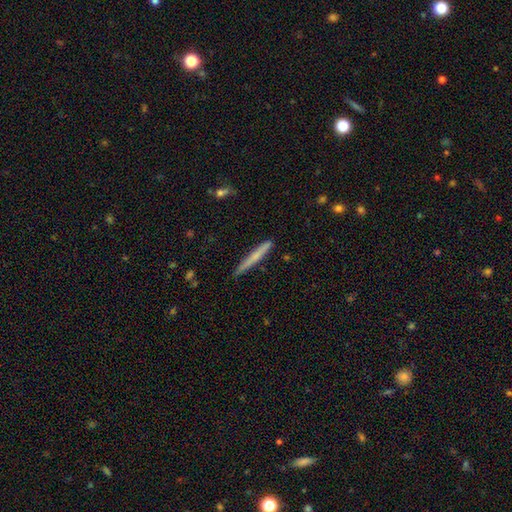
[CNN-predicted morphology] smooth 57%, featured or disk 37%, star or artifact 6%. Down the decision tree: how rounded — cigar-shaped (96%); merging — none (86%).